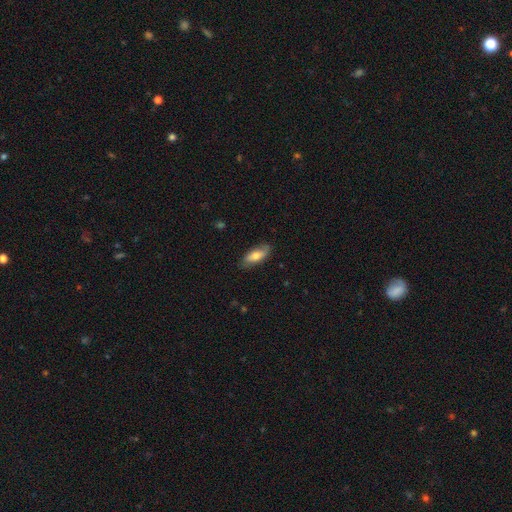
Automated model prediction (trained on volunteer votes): A smooth galaxy with no disk features (67%) that is in between round and cigar-shaped (74%). Merging: none (80%).